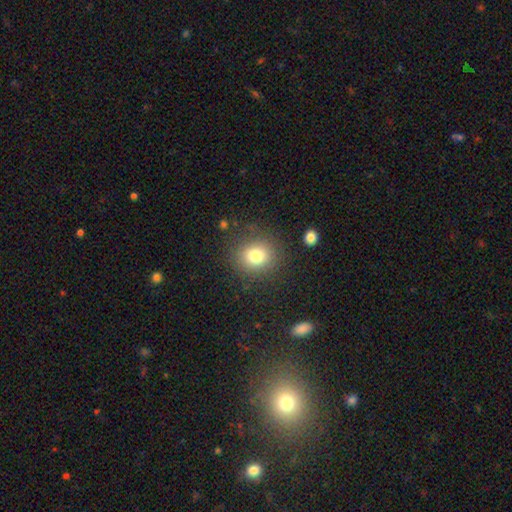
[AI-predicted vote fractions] Smooth or featured?
  - smooth: 78% *
  - star or artifact: 12%
  - featured or disk: 10%
How rounded?
  - round: 77% *
  - in between: 22%
  - cigar-shaped: 1%
Merging?
  - none: 83% *
  - minor disturbance: 10%
  - major disturbance: 5%
  - merger: 2%